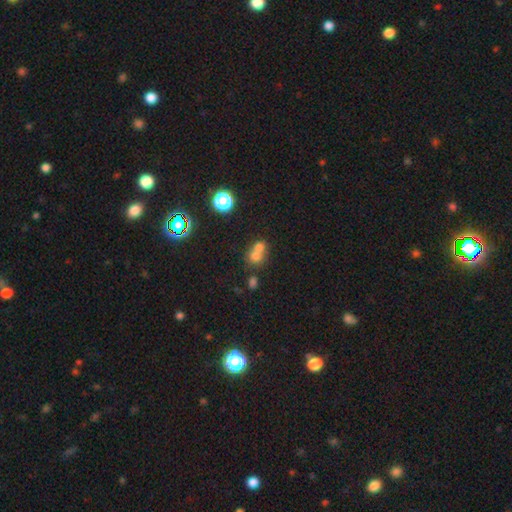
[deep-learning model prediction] Morphology: type=smooth (67%); roundness=round (71%); merging=merger (64%).